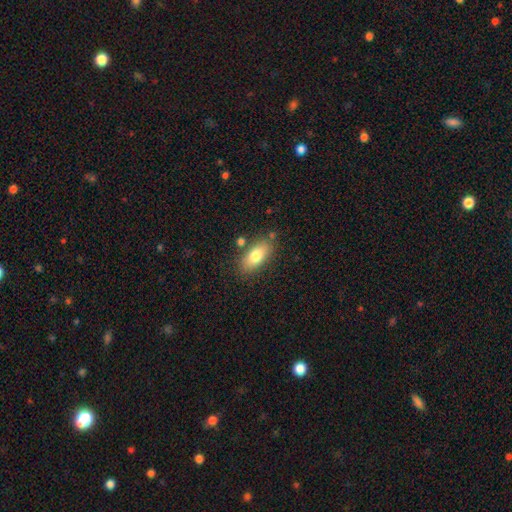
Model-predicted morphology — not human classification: A smooth galaxy with no disk features (77%) that is in between round and cigar-shaped (85%). Merging: none (78%).